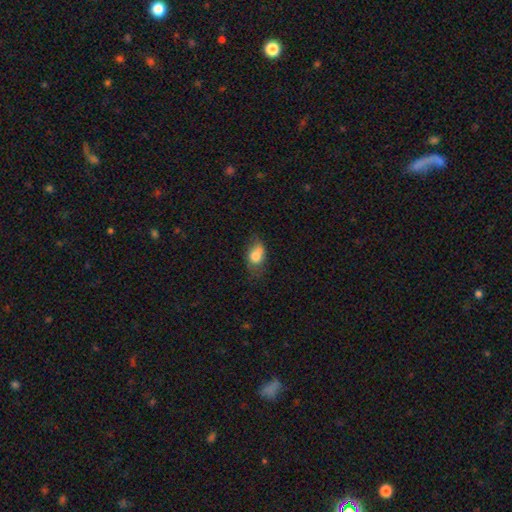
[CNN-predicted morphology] type=smooth (72%); roundness=in between (78%); merging=none (44%).